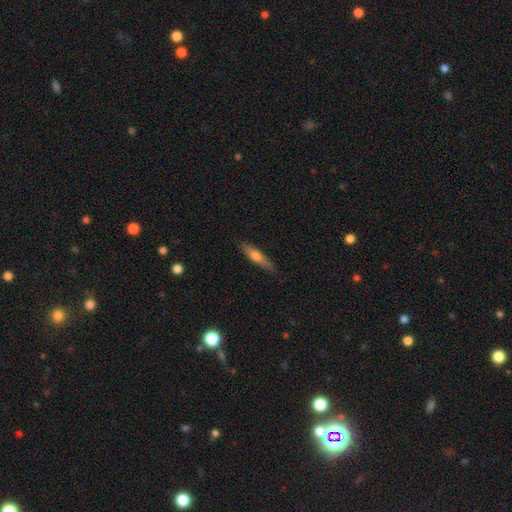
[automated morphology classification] Smooth or featured? smooth (60%)
How rounded? cigar-shaped (80%)
Merging? none (82%)